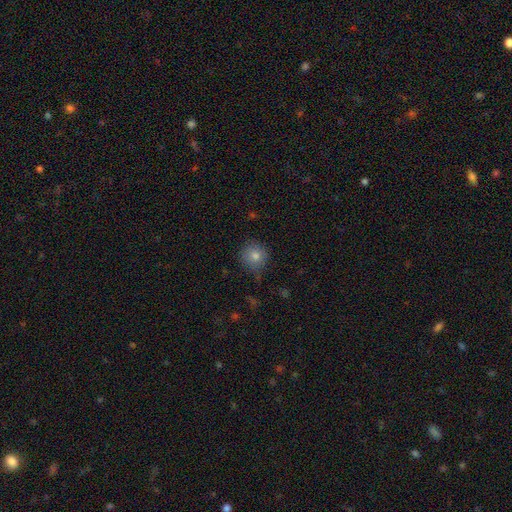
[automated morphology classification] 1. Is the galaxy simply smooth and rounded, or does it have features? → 79% smooth, 13% star or artifact, 9% featured or disk.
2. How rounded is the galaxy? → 93% round, 6% in between, 1% cigar-shaped.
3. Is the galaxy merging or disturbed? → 82% none, 14% minor disturbance, 3% major disturbance, 2% merger.